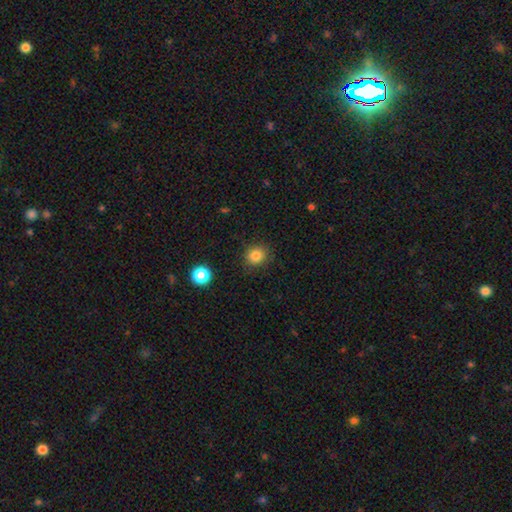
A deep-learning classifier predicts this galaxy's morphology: Smooth or featured? Predicted: smooth (p=0.84). How rounded? Predicted: round (p=0.82). Merging? Predicted: none (p=0.86).